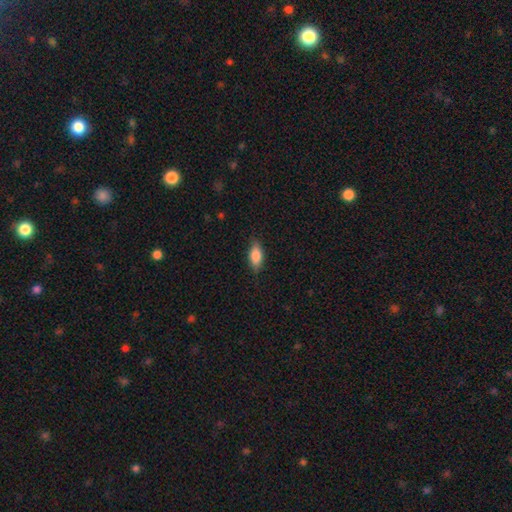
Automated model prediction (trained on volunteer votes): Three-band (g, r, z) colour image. It shows a smooth galaxy with no disk features (80%) that is in between round and cigar-shaped (81%). Merging: none (82%).